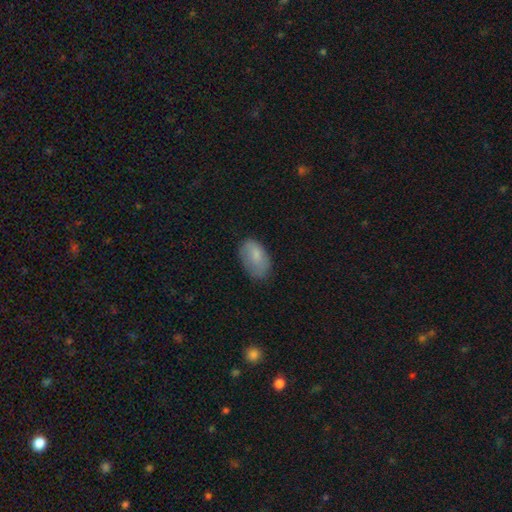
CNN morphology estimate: Overall: smooth (80%). How rounded: in between (93%). Merging: none (66%).